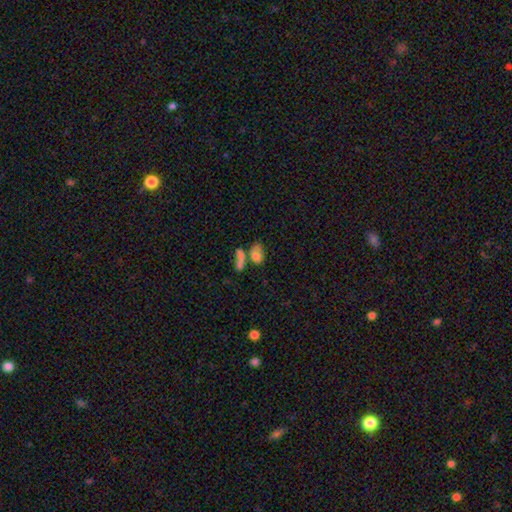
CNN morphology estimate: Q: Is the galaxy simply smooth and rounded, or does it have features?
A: smooth — 74%.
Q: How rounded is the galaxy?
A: in between — 83%.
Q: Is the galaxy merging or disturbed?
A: merger — 43%.